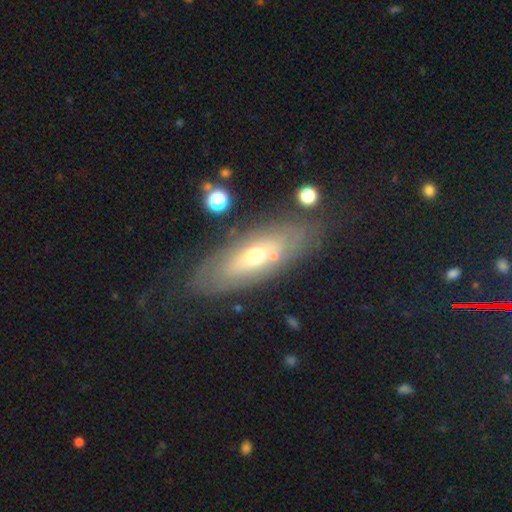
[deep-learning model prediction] Morphology: type=featured or disk (57%); edge-on=no (77%); merging=none (75%).